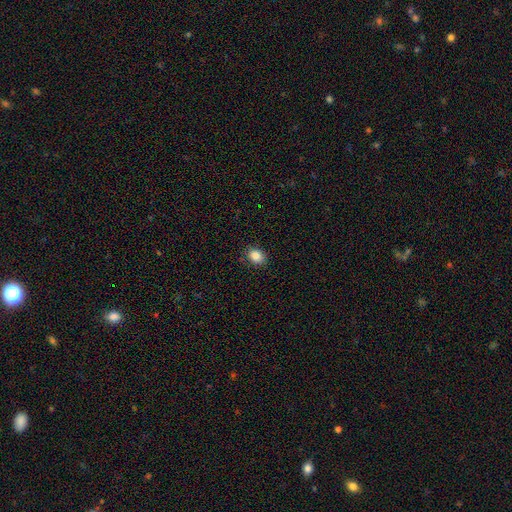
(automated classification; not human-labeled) smooth_or_featured: smooth (p=0.85) [alt: star or artifact p=0.10]
how_rounded: in between (p=0.53) [alt: round p=0.46]
merging: none (p=0.88) [alt: minor disturbance p=0.09]